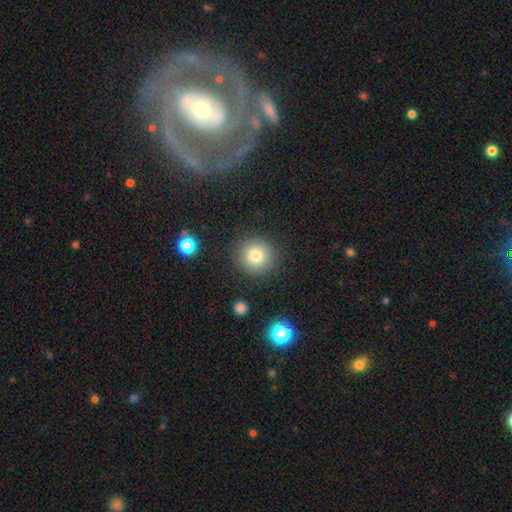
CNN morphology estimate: smooth-or-featured: smooth: 79% | star or artifact: 12% | featured or disk: 9%
  how-rounded: round: 94% | in between: 5% | cigar-shaped: 1%
  merging: none: 87% | minor disturbance: 8% | major disturbance: 3% | merger: 2%